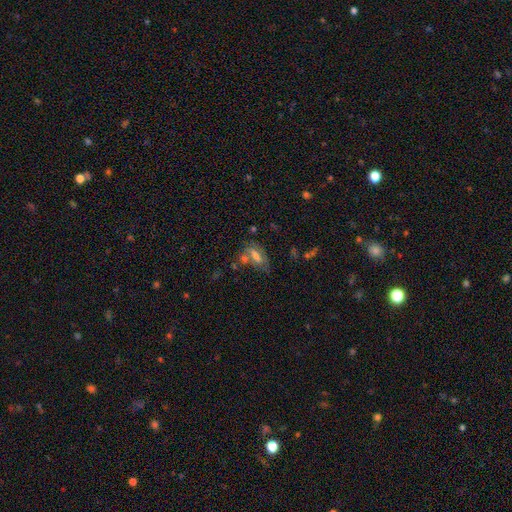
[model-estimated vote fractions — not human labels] The model was most divided on "smooth or featured": smooth: 49%, featured or disk: 32%, star or artifact: 19%. Remaining: merging — none (49%).